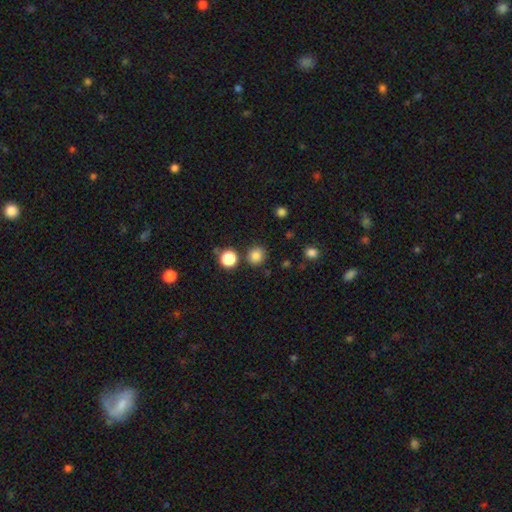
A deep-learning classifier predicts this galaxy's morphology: smooth_or_featured: smooth (p=0.83) [alt: star or artifact p=0.13]
how_rounded: round (p=0.86) [alt: in between p=0.13]
merging: none (p=0.83) [alt: minor disturbance p=0.08]